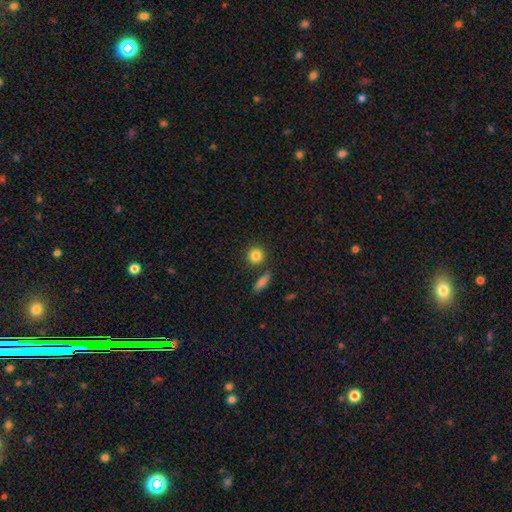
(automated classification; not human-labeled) Overall: smooth (84%). How rounded: round (88%). Merging: none (79%).